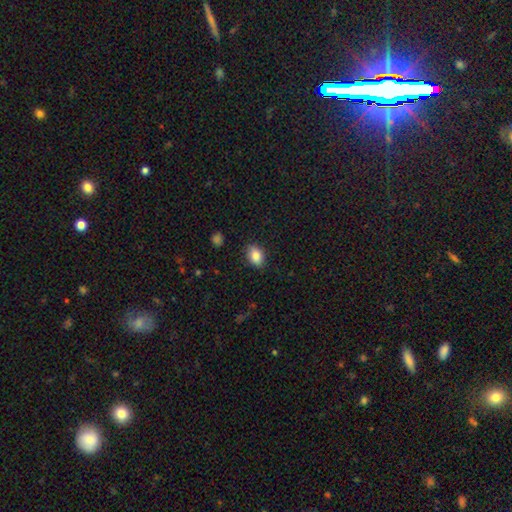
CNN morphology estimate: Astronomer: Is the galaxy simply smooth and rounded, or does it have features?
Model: smooth — 84%.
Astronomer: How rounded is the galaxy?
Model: in between — 80%.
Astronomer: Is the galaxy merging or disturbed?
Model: none — 83%.